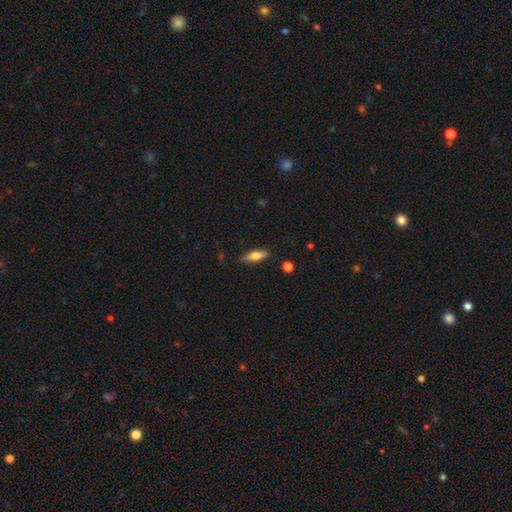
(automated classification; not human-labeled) A smooth galaxy with no disk features (62%) that is cigar-shaped (49%).

Vote fractions:
- Smooth or featured? smooth: 62% / featured or disk: 31% / star or artifact: 7%
- How rounded? cigar-shaped: 49% / in between: 48% / round: 3%
- Merging? none: 85% / minor disturbance: 11% / major disturbance: 2% / merger: 2%